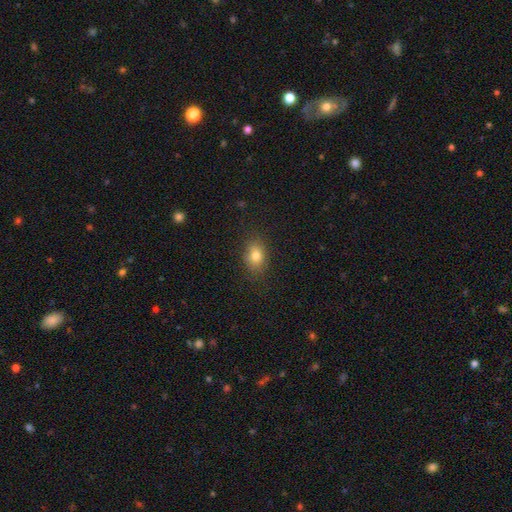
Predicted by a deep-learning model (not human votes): Smooth or featured? Predicted: smooth (p=0.79). How rounded? Predicted: in between (p=0.65). Merging? Predicted: none (p=0.83).